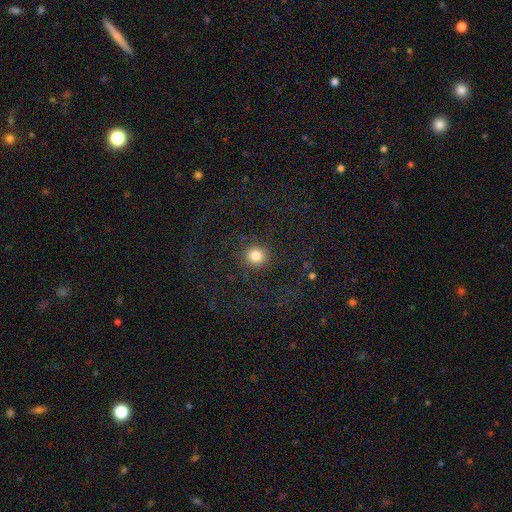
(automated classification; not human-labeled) The model was most divided on "smooth or featured": smooth: 77%, star or artifact: 14%, featured or disk: 9%. More confident: how rounded — round (91%); merging — none (83%).